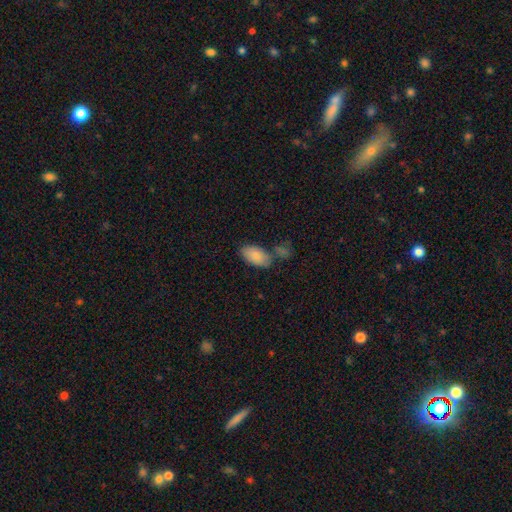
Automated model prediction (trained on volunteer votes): This appears to be a smooth galaxy with no disk features (87%) that is in between round and cigar-shaped (94%). Merging: none (61%).